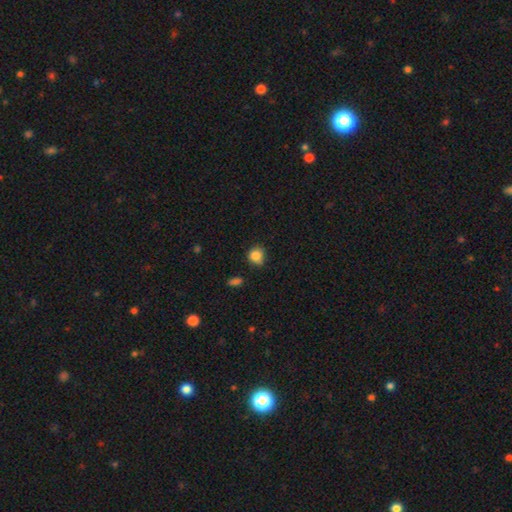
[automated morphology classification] Smooth or featured? smooth (85%)
How rounded? round (82%)
Merging? none (71%)